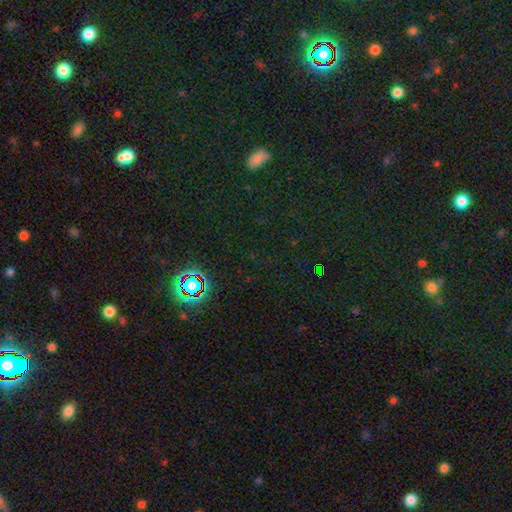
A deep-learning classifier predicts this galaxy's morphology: Smooth or featured? star or artifact (73%)